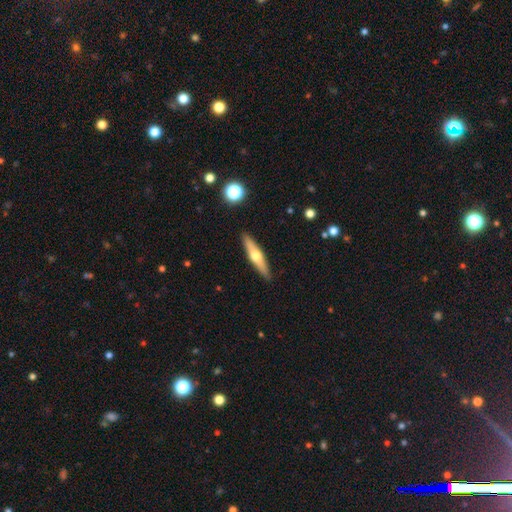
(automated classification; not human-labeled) Overall: featured or disk (55%; smooth 40%). Edge-on disk: yes (93%). Edge-on bulge: rounded (93%). Merging: none (90%).